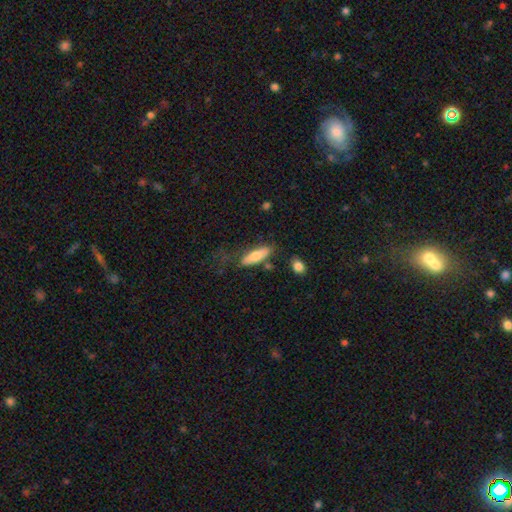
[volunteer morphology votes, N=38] Volunteers were most divided on "smooth or featured": smooth: 53%, featured or disk: 47%, star or artifact: 0%. More confident: merging — none (68%); how rounded — cigar-shaped (55%).